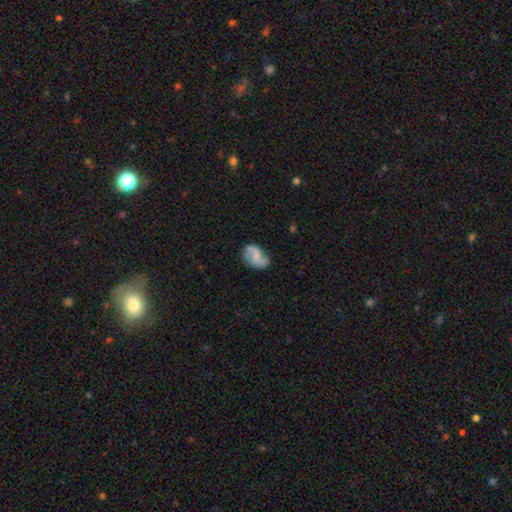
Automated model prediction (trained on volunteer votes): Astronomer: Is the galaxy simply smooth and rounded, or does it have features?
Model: featured or disk — 55% (runner-up: smooth, 37%).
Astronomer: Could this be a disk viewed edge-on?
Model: no — 97%.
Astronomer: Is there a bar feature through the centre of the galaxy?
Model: no — 46% (runner-up: weak, 42%).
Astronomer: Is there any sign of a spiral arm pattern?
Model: yes — 85%.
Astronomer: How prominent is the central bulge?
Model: none — 39% (runner-up: small, 38%).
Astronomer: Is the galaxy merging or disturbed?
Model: none — 60%.